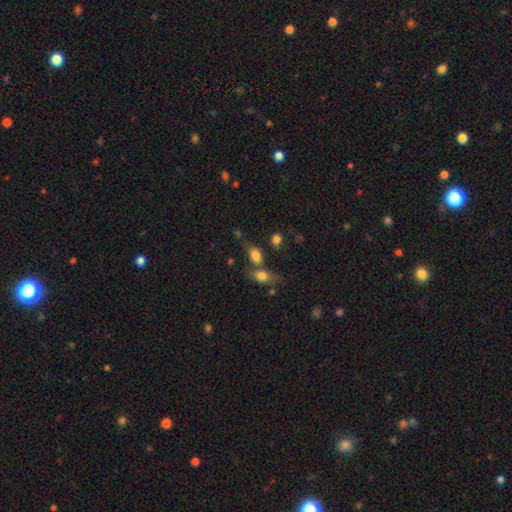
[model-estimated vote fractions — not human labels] Morphology: type=smooth (80%); roundness=in between (79%); merging=none (45%).